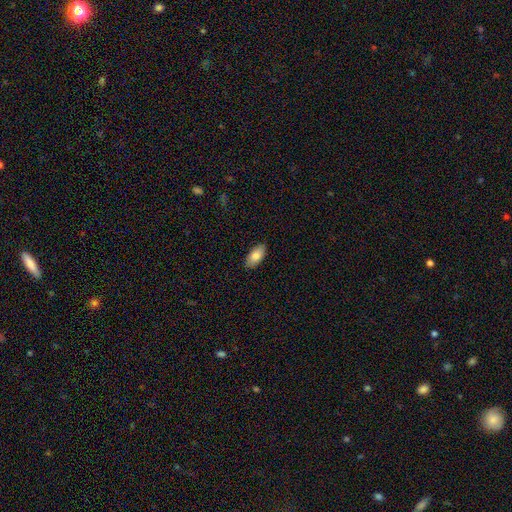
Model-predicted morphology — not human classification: The model was most divided on "smooth or featured": smooth: 82%, featured or disk: 12%, star or artifact: 6%. More confident: how rounded — in between (92%); merging — none (88%).